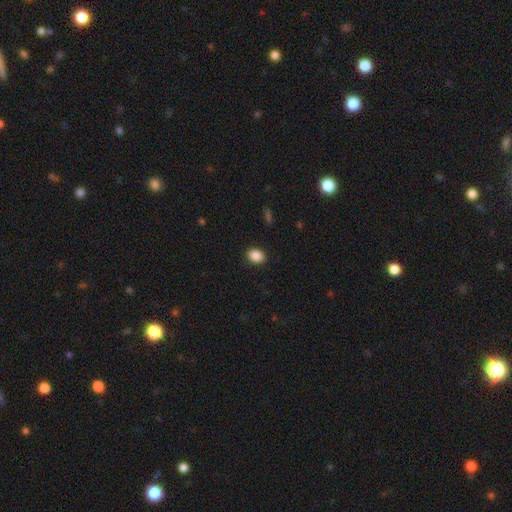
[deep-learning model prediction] smooth-or-featured: smooth: 88% | star or artifact: 8% | featured or disk: 4%
  how-rounded: in between: 71% | round: 28% | cigar-shaped: 1%
  merging: none: 90% | minor disturbance: 7% | major disturbance: 2% | merger: 1%